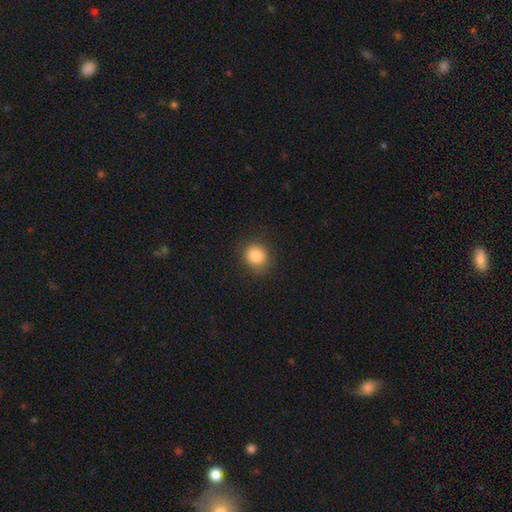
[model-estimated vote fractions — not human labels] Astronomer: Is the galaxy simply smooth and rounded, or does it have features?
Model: smooth — 85%.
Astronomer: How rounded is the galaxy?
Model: round — 81%.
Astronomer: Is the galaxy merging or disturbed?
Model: none — 86%.